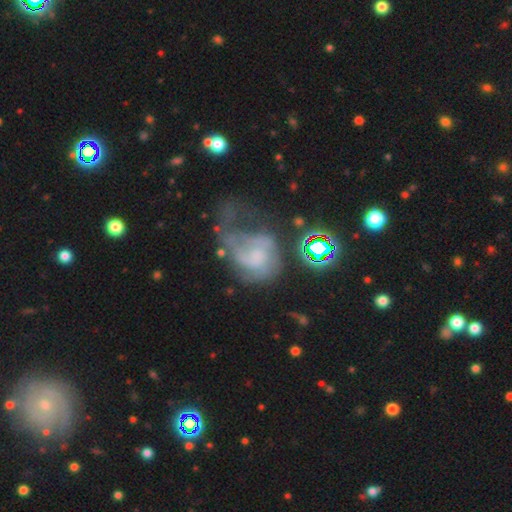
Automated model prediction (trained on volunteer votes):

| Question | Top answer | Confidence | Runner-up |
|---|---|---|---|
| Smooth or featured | featured or disk | 61% | smooth (25%) |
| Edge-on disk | no | 97% | yes (3%) |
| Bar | no | 76% | weak (20%) |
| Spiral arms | yes | 68% | no (32%) |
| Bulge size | none | 44% | moderate (21%) |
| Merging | major disturbance | 55% | none (17%) |